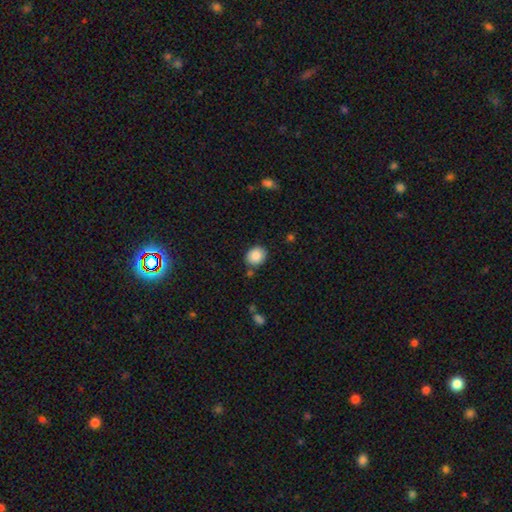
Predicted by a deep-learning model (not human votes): smooth 88%, star or artifact 8%, featured or disk 4%. Down the decision tree: how rounded — round (63%); merging — none (81%).